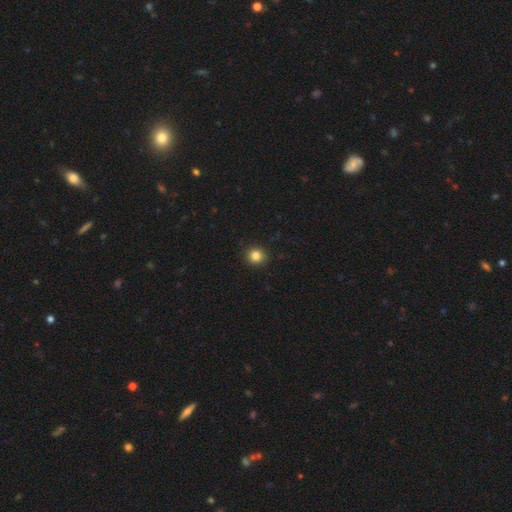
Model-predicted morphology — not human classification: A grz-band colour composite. It shows a smooth galaxy with no disk features (84%) that is round (92%). Merging: none (93%).